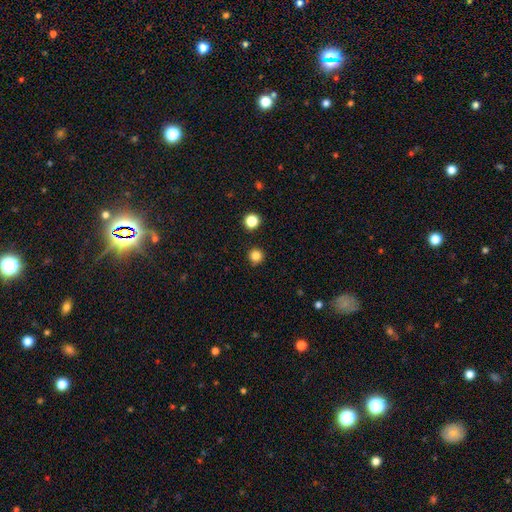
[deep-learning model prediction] This appears to be a smooth galaxy with no disk features (83%) that is round (96%). Merging: none (92%).